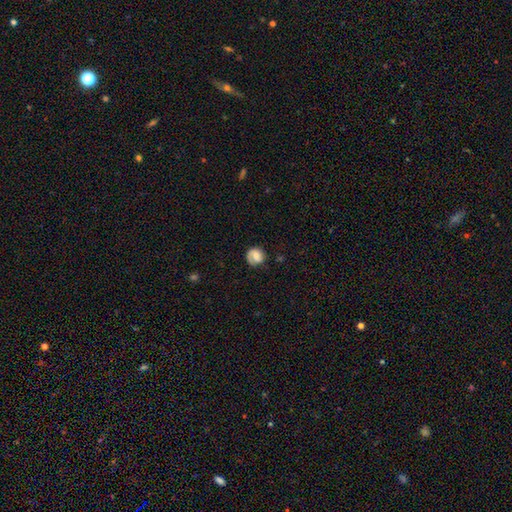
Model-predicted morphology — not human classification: A smooth galaxy with no disk features (54%) that is round (83%). Merging: none (68%).